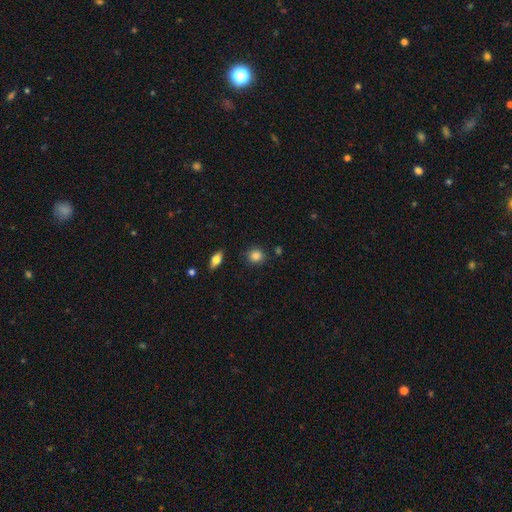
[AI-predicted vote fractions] smooth-or-featured: smooth: 86% | star or artifact: 9% | featured or disk: 5%
  how-rounded: round: 83% | in between: 16% | cigar-shaped: 2%
  merging: none: 84% | minor disturbance: 10% | merger: 3% | major disturbance: 3%